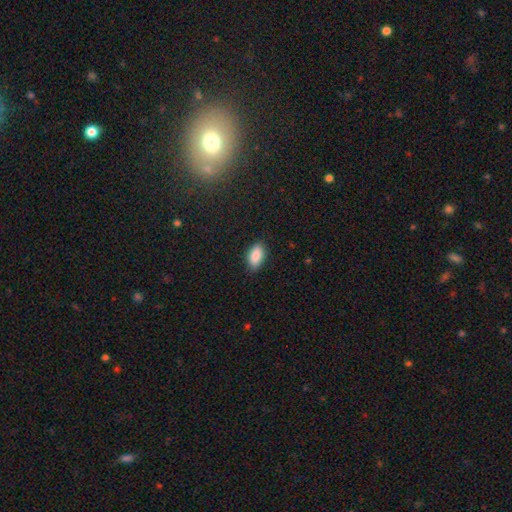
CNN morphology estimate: Smooth or featured?
  - smooth: 88% *
  - star or artifact: 7%
  - featured or disk: 5%
How rounded?
  - in between: 93% *
  - round: 4%
  - cigar-shaped: 3%
Merging?
  - none: 86% *
  - minor disturbance: 11%
  - major disturbance: 2%
  - merger: 1%